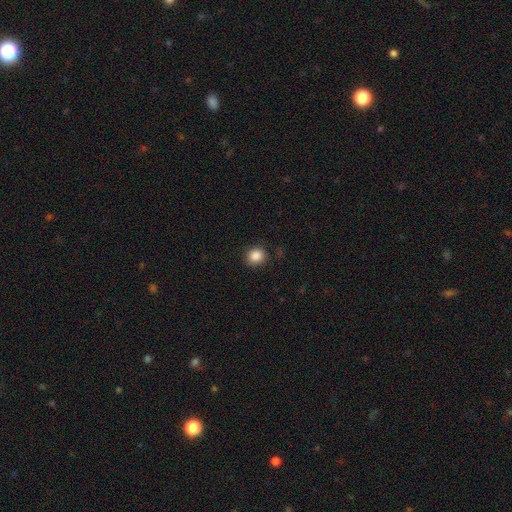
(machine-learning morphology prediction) Smooth or featured? Predicted: smooth (p=0.87). How rounded? Predicted: round (p=0.81). Merging? Predicted: none (p=0.86).